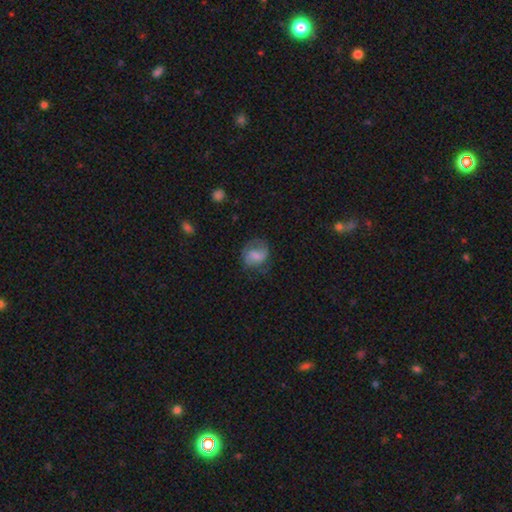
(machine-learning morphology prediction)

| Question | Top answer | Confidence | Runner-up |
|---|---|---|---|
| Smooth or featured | smooth | 52% | featured or disk (40%) |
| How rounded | round | 57% | in between (42%) |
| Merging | none | 54% | minor disturbance (25%) |